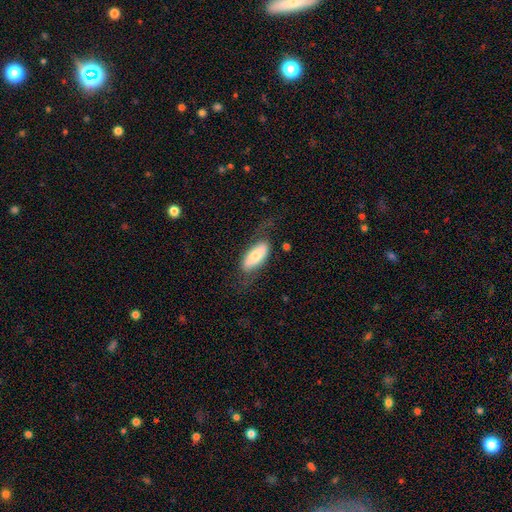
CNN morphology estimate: Smooth or featured? Predicted: smooth (p=0.65). How rounded? Predicted: in between (p=0.83). Merging? Predicted: none (p=0.63).